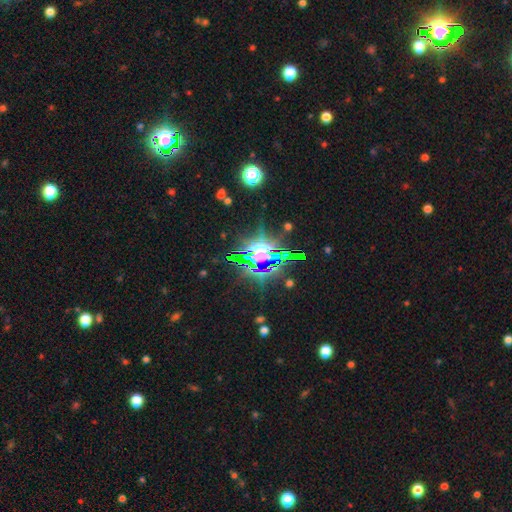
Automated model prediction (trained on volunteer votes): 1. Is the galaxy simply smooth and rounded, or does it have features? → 77% star or artifact, 12% featured or disk, 11% smooth.